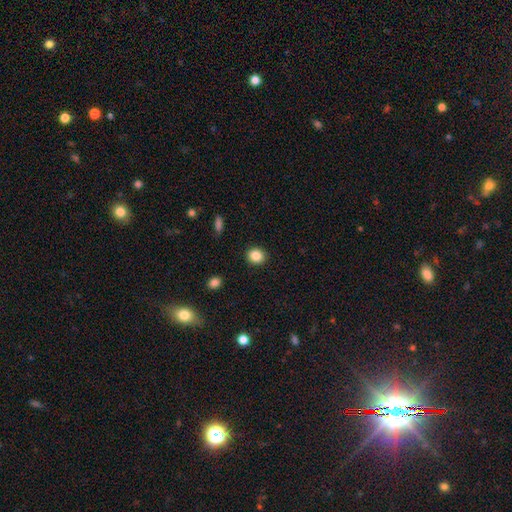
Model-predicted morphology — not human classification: Smooth or featured?
  - smooth: 86% *
  - star or artifact: 10%
  - featured or disk: 4%
How rounded?
  - round: 75% *
  - in between: 24%
  - cigar-shaped: 1%
Merging?
  - none: 91% *
  - minor disturbance: 6%
  - major disturbance: 2%
  - merger: 1%